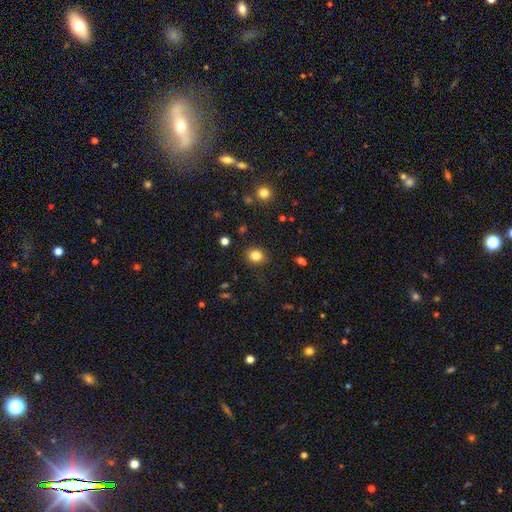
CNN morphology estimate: The model was most divided on "how rounded": round: 69%, in between: 30%, cigar-shaped: 1%. More confident: merging — none (88%); smooth or featured — smooth (83%).